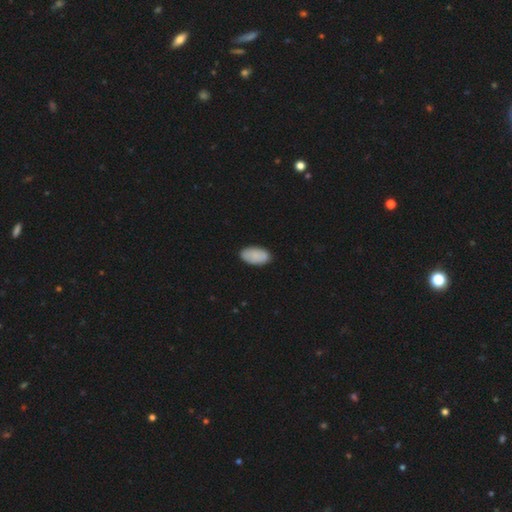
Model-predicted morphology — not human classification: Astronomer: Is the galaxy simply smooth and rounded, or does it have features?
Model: smooth — 85%.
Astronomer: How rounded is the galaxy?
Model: in between — 95%.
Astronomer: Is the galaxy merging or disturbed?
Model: none — 85%.